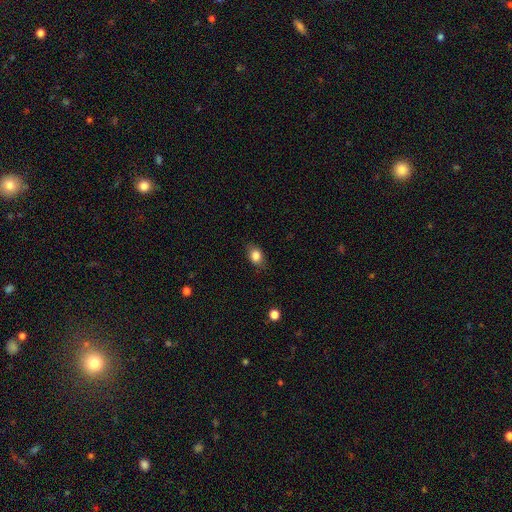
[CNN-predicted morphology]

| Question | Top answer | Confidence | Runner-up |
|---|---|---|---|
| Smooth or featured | smooth | 84% | star or artifact (9%) |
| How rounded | in between | 70% | round (28%) |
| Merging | none | 81% | minor disturbance (15%) |